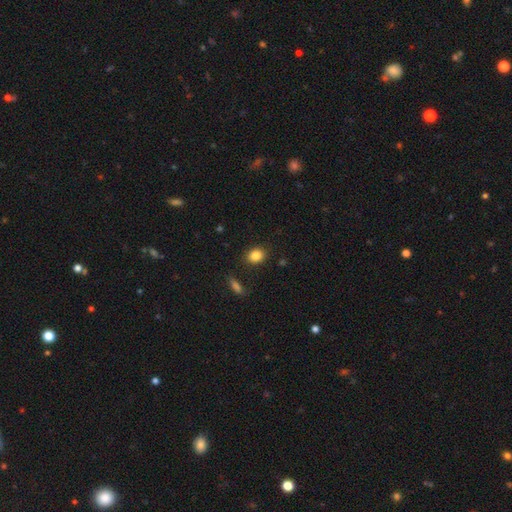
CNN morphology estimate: Smooth or featured? Predicted: smooth (p=0.85). How rounded? Predicted: round (p=0.54). Merging? Predicted: none (p=0.86).